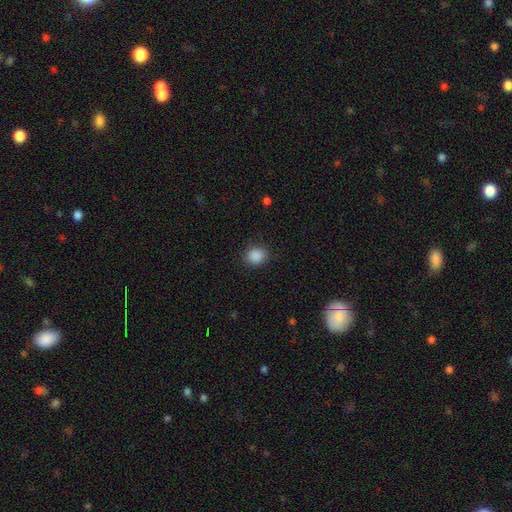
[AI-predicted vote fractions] This is clearly a smooth galaxy (88%). How rounded: likely round (78%). Merging: clearly none (88%).